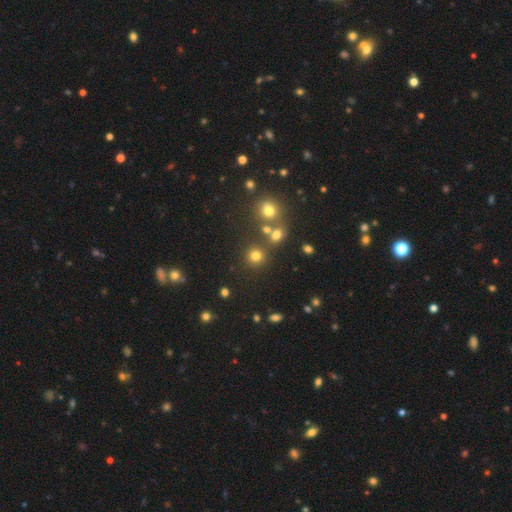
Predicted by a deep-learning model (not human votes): Smooth or featured?
  - smooth: 75% *
  - star or artifact: 19%
  - featured or disk: 7%
How rounded?
  - round: 90% *
  - in between: 9%
  - cigar-shaped: 1%
Merging?
  - none: 76% *
  - merger: 12%
  - minor disturbance: 8%
  - major disturbance: 4%